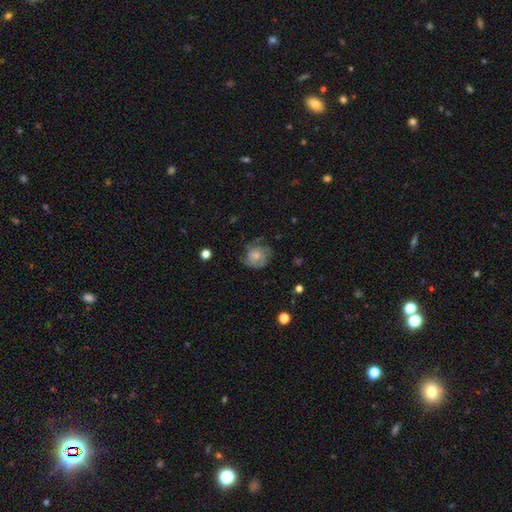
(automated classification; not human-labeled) Smooth or featured?
  - smooth: 53% *
  - featured or disk: 38%
  - star or artifact: 9%
How rounded?
  - round: 75% *
  - in between: 24%
  - cigar-shaped: 1%
Merging?
  - none: 57% *
  - minor disturbance: 27%
  - major disturbance: 14%
  - merger: 2%